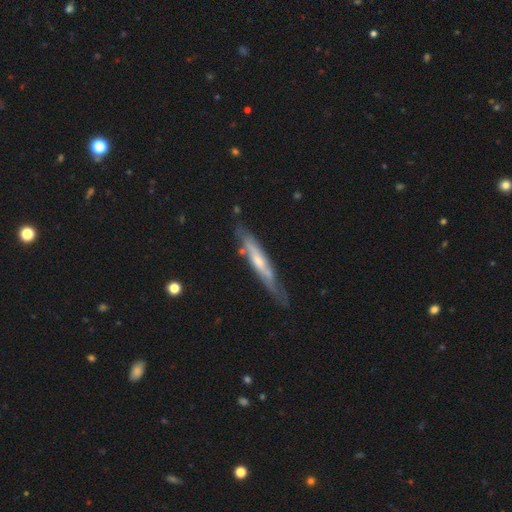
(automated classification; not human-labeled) A featured or disk galaxy (67%) viewed edge-on (78%) with a rounded central bulge (53%).

Vote fractions:
- Smooth or featured? featured or disk: 67% / smooth: 26% / star or artifact: 7%
- Edge-on disk? yes: 78% / no: 22%
- Edge-on bulge? rounded: 53% / none: 38% / boxy: 9%
- Merging? none: 71% / minor disturbance: 22% / major disturbance: 5% / merger: 2%